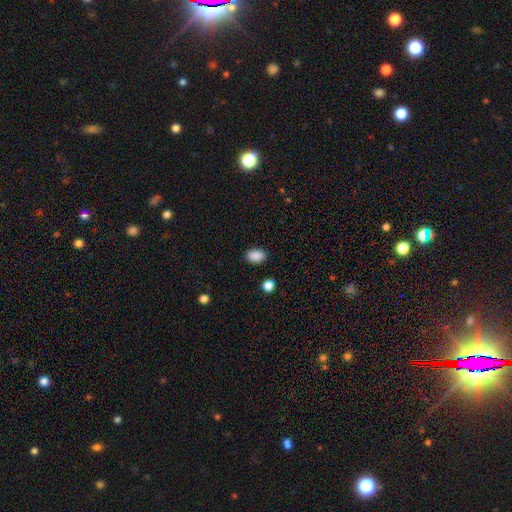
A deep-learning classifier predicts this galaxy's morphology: smooth_or_featured: smooth (p=0.89) [alt: star or artifact p=0.09]
how_rounded: in between (p=0.84) [alt: round p=0.14]
merging: none (p=0.87) [alt: minor disturbance p=0.09]